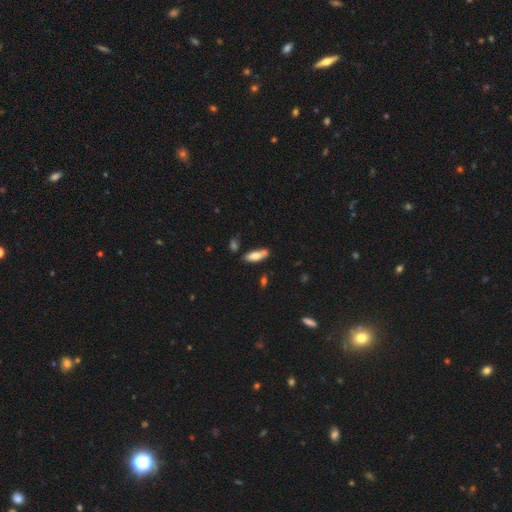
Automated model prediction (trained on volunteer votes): Smooth or featured? Predicted: smooth (p=0.77). How rounded? Predicted: in between (p=0.62). Merging? Predicted: none (p=0.64).